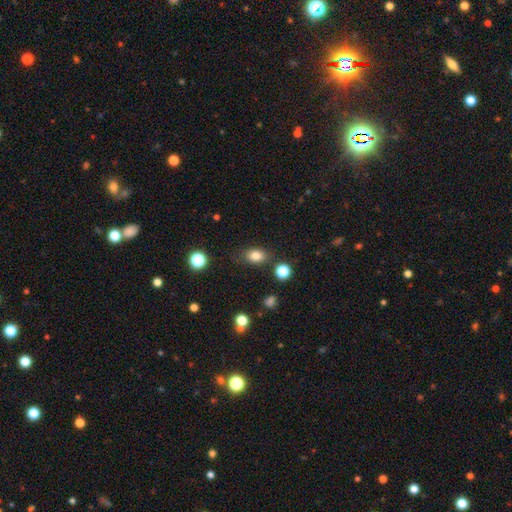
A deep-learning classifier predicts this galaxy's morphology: The model was most divided on "how rounded": in between: 75%, round: 24%, cigar-shaped: 2%. More confident: smooth or featured — smooth (82%); merging — none (78%).